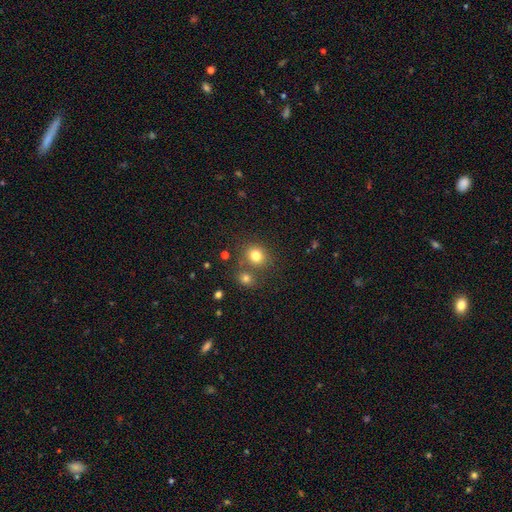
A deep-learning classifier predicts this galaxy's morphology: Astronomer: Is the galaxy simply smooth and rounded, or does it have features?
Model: smooth — 78%.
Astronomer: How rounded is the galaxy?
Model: round — 79%.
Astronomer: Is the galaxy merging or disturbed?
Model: none — 67%.